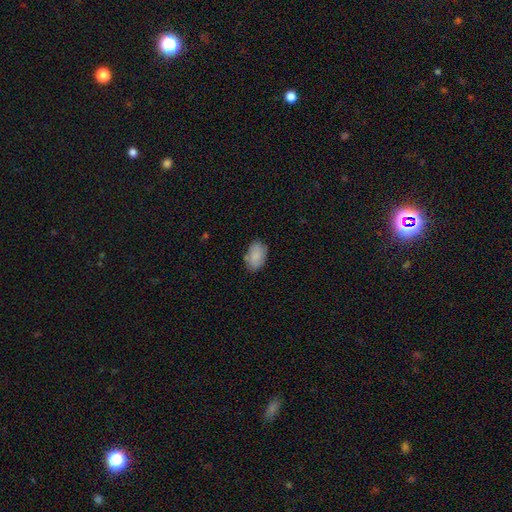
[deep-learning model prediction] A smooth galaxy with no disk features (85%) that is in between round and cigar-shaped (91%).

Vote fractions:
- Smooth or featured? smooth: 85% / featured or disk: 8% / star or artifact: 6%
- How rounded? in between: 91% / round: 8% / cigar-shaped: 1%
- Merging? none: 78% / minor disturbance: 16% / major disturbance: 3% / merger: 3%